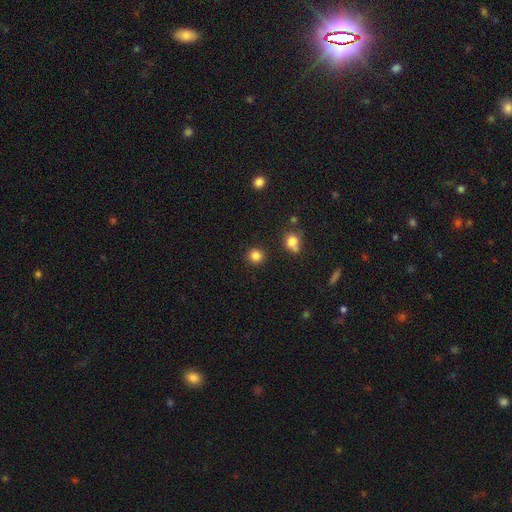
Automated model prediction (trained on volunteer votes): Smooth or featured? Predicted: smooth (p=0.84). How rounded? Predicted: round (p=0.93). Merging? Predicted: none (p=0.89).